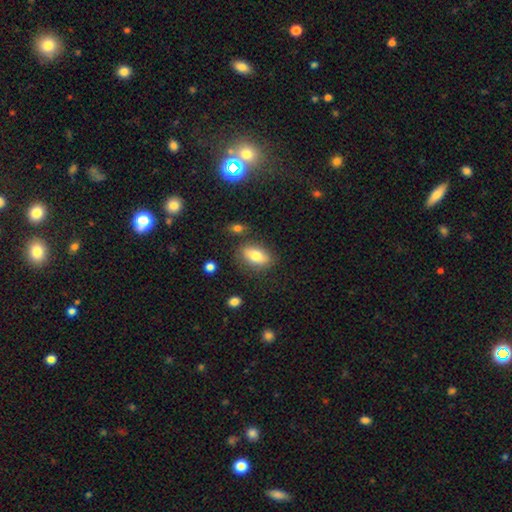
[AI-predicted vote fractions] Overall: smooth (76%). How rounded: in between (86%). Merging: none (78%).